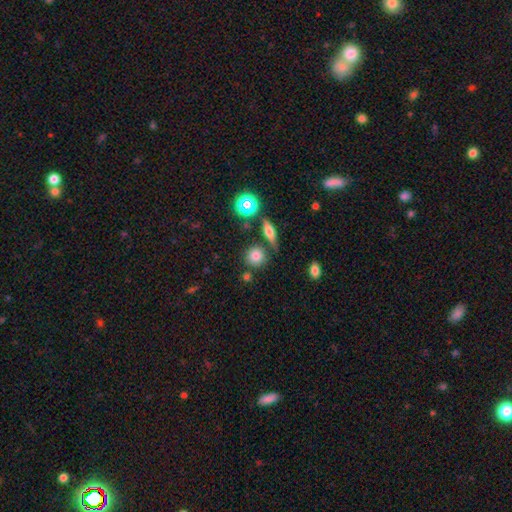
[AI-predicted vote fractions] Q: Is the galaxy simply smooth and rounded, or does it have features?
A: smooth — 76%.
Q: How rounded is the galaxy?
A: round — 84%.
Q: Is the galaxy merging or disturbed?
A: none — 75%.